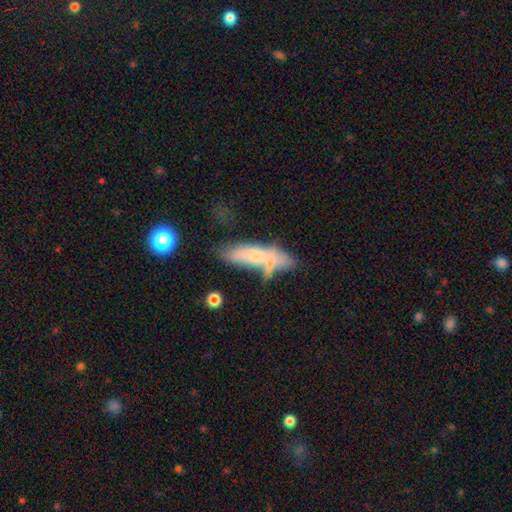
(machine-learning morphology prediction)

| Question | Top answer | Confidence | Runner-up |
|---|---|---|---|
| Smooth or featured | smooth | 58% | featured or disk (33%) |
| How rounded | cigar-shaped | 55% | in between (42%) |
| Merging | merger | 35% | none (33%) |